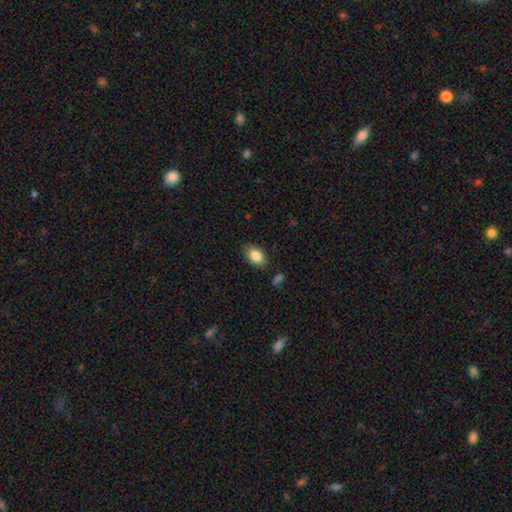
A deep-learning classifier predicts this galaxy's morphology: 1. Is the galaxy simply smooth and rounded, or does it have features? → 85% smooth, 8% star or artifact, 8% featured or disk.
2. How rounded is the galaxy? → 88% in between, 11% round, 1% cigar-shaped.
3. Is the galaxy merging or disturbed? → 84% none, 12% minor disturbance, 3% major disturbance, 2% merger.